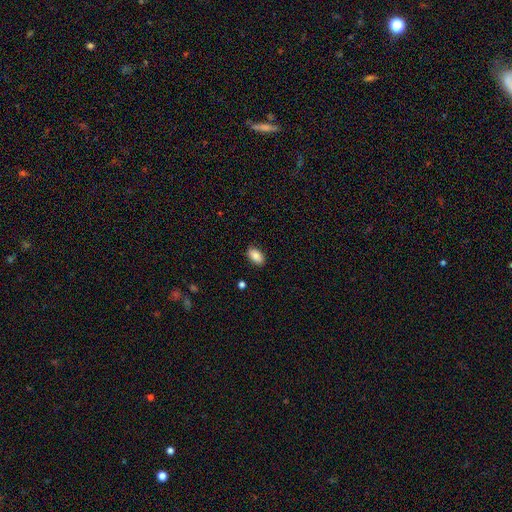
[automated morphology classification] A smooth galaxy with no disk features (86%) that is in between round and cigar-shaped (92%).

Vote fractions:
- Smooth or featured? smooth: 86% / star or artifact: 7% / featured or disk: 7%
- How rounded? in between: 92% / round: 6% / cigar-shaped: 2%
- Merging? none: 88% / minor disturbance: 9% / major disturbance: 2% / merger: 1%